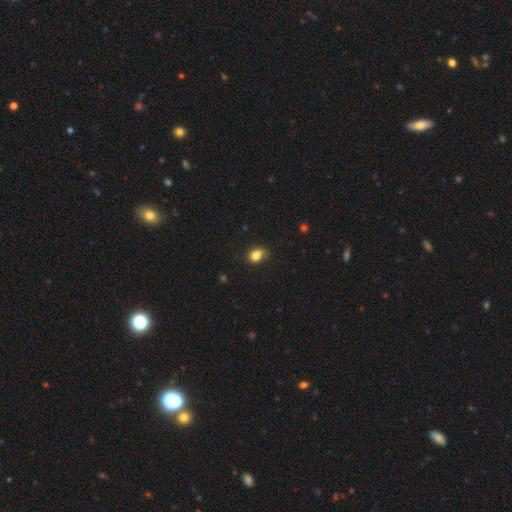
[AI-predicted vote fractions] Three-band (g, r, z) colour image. It shows a smooth galaxy with no disk features (80%) that is in between round and cigar-shaped (62%). Merging: none (50%).